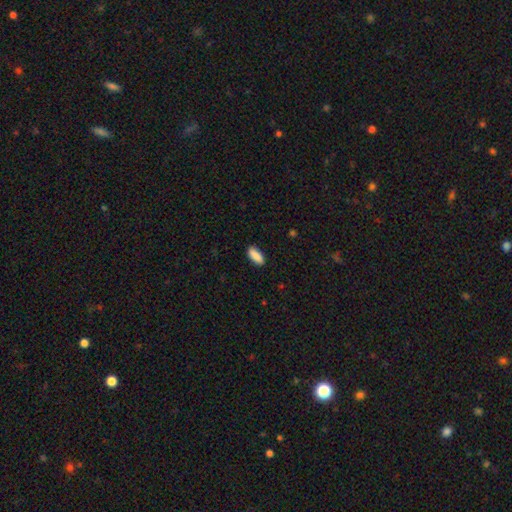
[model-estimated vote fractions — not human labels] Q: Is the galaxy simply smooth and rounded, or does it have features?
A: smooth — 90%.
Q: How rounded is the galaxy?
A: in between — 78%.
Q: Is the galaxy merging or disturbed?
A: none — 88%.